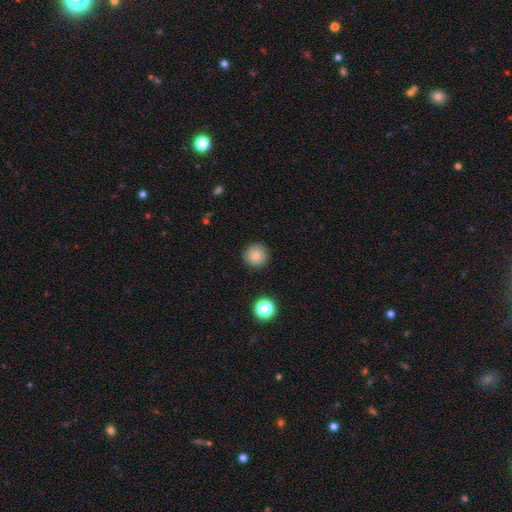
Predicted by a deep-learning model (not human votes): A smooth galaxy with no disk features (81%) that is round (95%). Merging: none (89%).